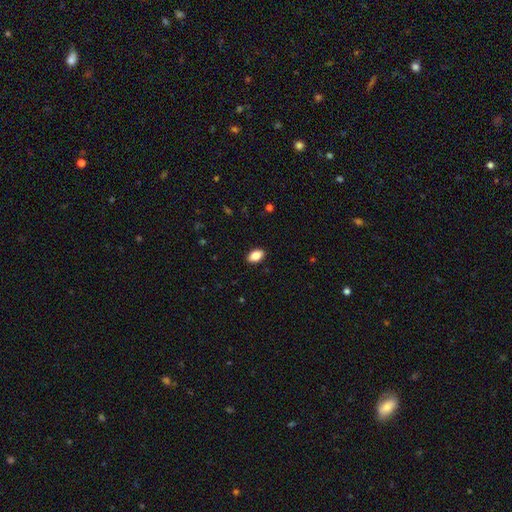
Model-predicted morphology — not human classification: Q: Smooth or featured?
A: smooth (87%); runner-up: star or artifact (8%)
Q: How rounded?
A: in between (91%); runner-up: round (8%)
Q: Merging?
A: none (90%); runner-up: minor disturbance (8%)